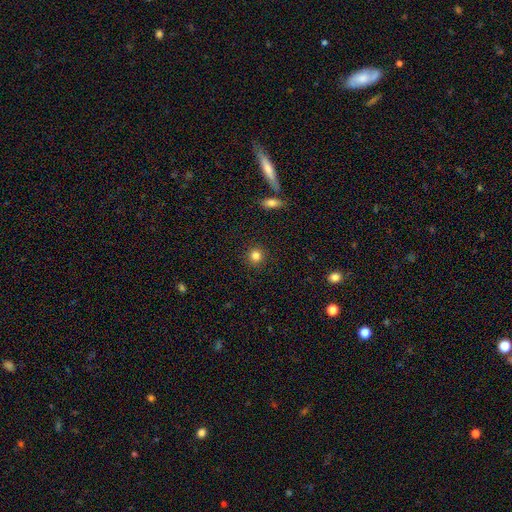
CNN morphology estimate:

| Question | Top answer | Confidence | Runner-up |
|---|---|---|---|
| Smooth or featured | smooth | 84% | star or artifact (11%) |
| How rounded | round | 91% | in between (8%) |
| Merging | none | 91% | minor disturbance (6%) |